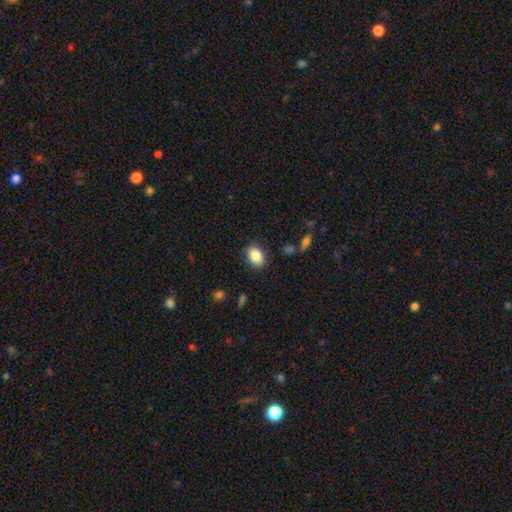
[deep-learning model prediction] smooth-or-featured: smooth: 86% | star or artifact: 8% | featured or disk: 6%
  how-rounded: in between: 82% | round: 17% | cigar-shaped: 1%
  merging: none: 85% | minor disturbance: 10% | major disturbance: 3% | merger: 2%